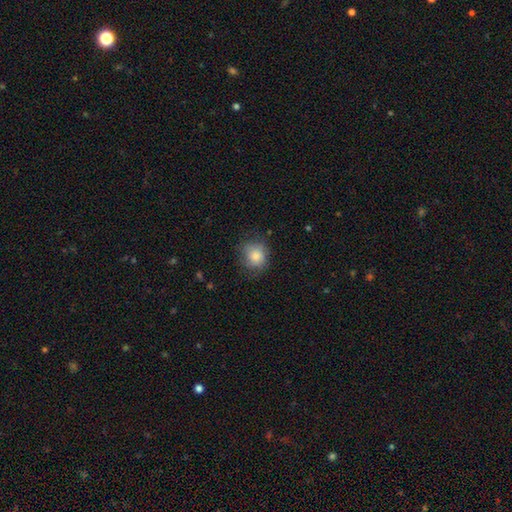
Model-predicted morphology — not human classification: Q: Smooth or featured?
A: smooth (83%); runner-up: featured or disk (9%)
Q: How rounded?
A: round (78%); runner-up: in between (21%)
Q: Merging?
A: none (70%); runner-up: minor disturbance (22%)